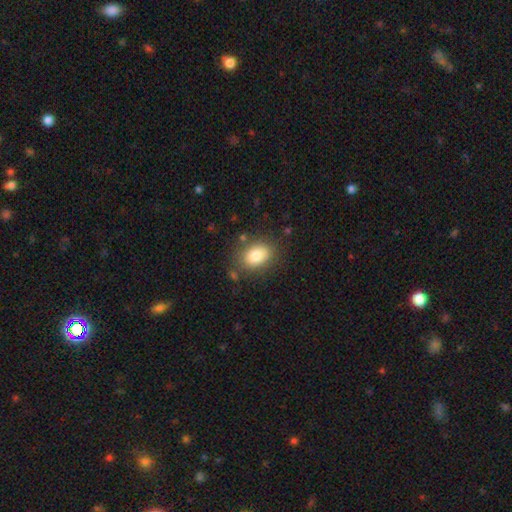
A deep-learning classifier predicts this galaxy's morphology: This appears to be a smooth galaxy with no disk features (83%) that is in between round and cigar-shaped (77%). Merging: none (78%).